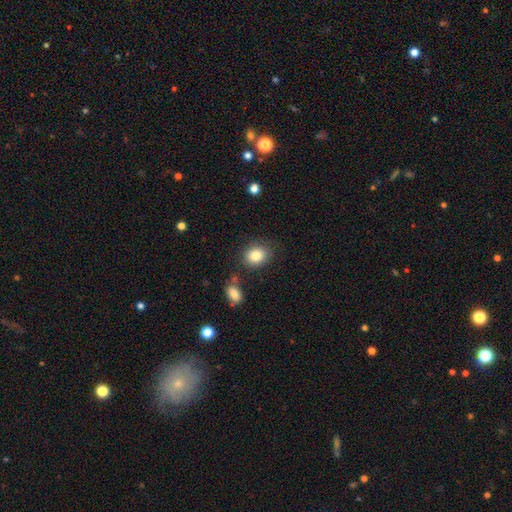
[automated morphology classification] Smooth or featured: smooth — 84% (star or artifact — 9%)
How rounded: round — 57% (in between — 42%)
Merging: none — 78% (minor disturbance — 13%)